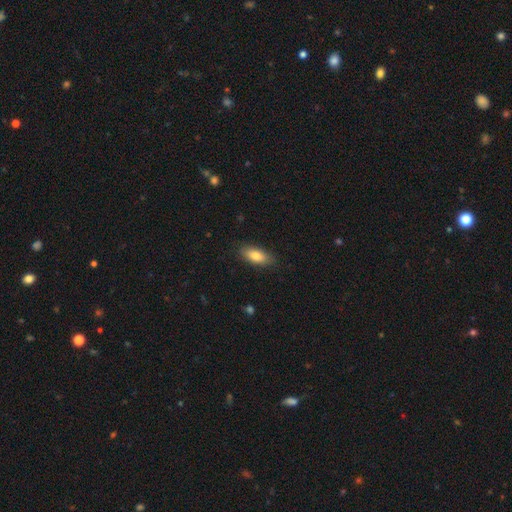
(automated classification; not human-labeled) Smooth or featured: smooth — 83% (featured or disk — 11%)
How rounded: in between — 84% (cigar-shaped — 13%)
Merging: none — 84% (minor disturbance — 12%)